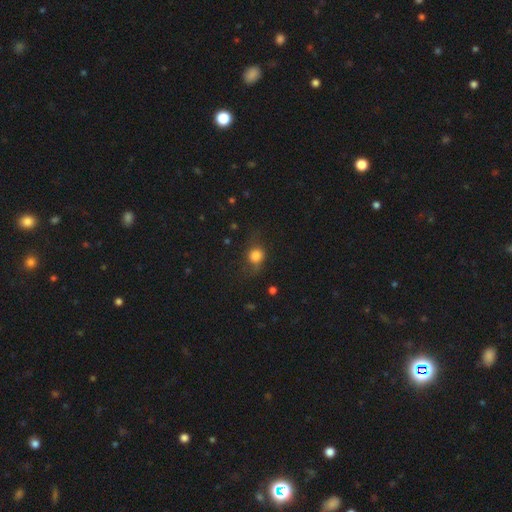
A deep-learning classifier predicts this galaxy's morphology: This is likely a smooth galaxy (75%). How rounded: likely round (73%). Merging: possibly none (59%).